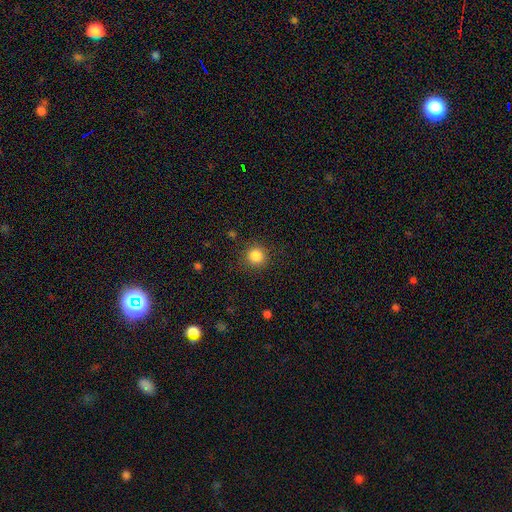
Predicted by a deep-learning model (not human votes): Morphology: type=smooth (85%); roundness=round (93%); merging=none (88%).